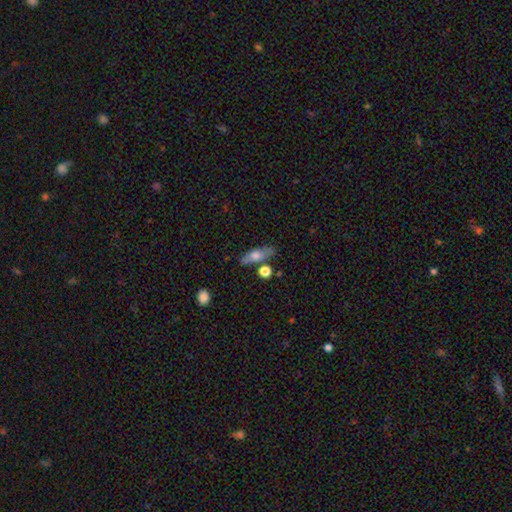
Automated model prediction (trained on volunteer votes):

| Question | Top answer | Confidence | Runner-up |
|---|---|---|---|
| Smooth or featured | smooth | 60% | featured or disk (32%) |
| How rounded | in between | 58% | cigar-shaped (36%) |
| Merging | none | 70% | minor disturbance (16%) |